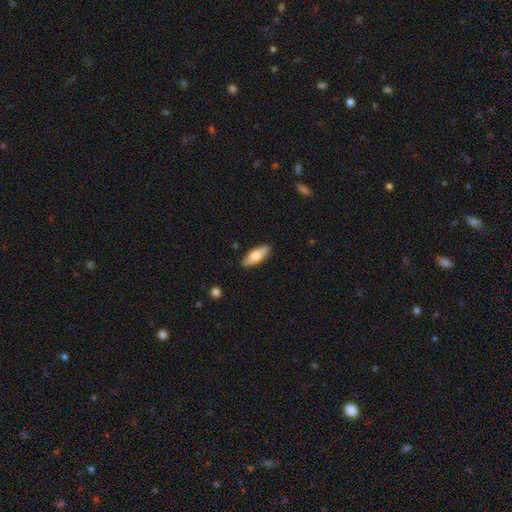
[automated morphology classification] smooth_or_featured: smooth (p=0.71) [alt: featured or disk p=0.24]
how_rounded: in between (p=0.70) [alt: cigar-shaped p=0.28]
merging: none (p=0.88) [alt: minor disturbance p=0.09]